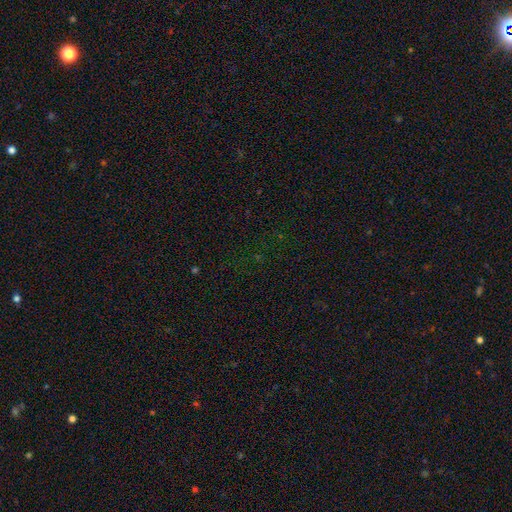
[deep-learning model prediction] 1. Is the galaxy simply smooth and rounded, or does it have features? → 77% star or artifact, 13% smooth, 10% featured or disk.